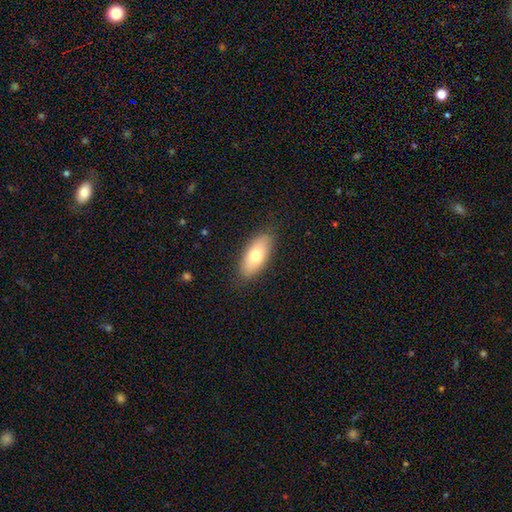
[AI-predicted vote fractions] Smooth or featured: smooth — 71% (featured or disk — 22%)
How rounded: in between — 86% (cigar-shaped — 10%)
Merging: none — 84% (minor disturbance — 12%)